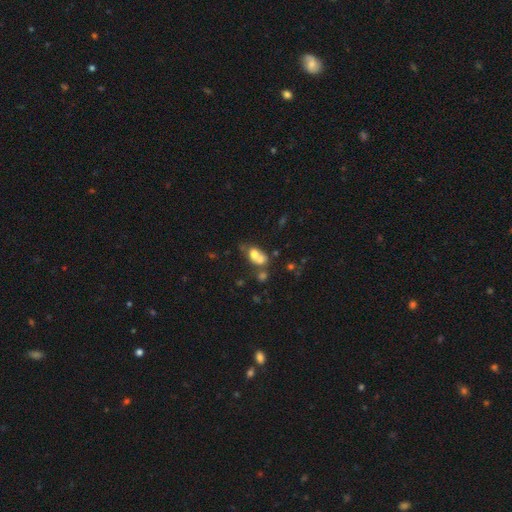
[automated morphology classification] A smooth galaxy with no disk features (65%) that is in between round and cigar-shaped (56%).

Vote fractions:
- Smooth or featured? smooth: 65% / featured or disk: 23% / star or artifact: 12%
- How rounded? in between: 56% / round: 41% / cigar-shaped: 2%
- Merging? merger: 59% / none: 24% / minor disturbance: 10% / major disturbance: 7%